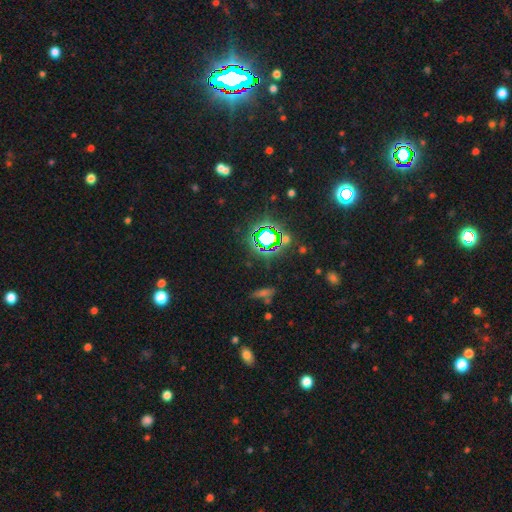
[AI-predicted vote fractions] Smooth or featured?
  - star or artifact: 80% *
  - smooth: 13%
  - featured or disk: 7%